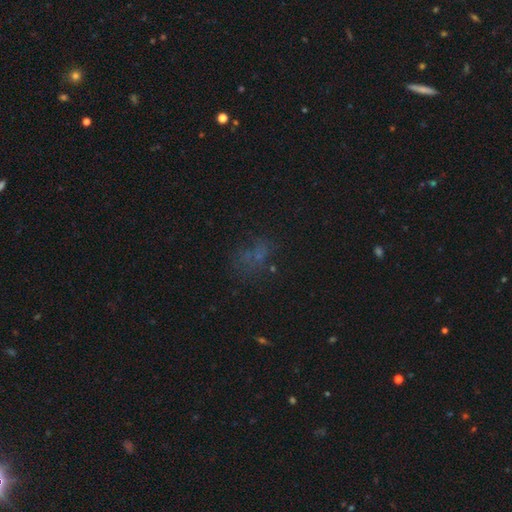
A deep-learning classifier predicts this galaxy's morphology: A smooth galaxy with no disk features (44%). Merging: none (54%).